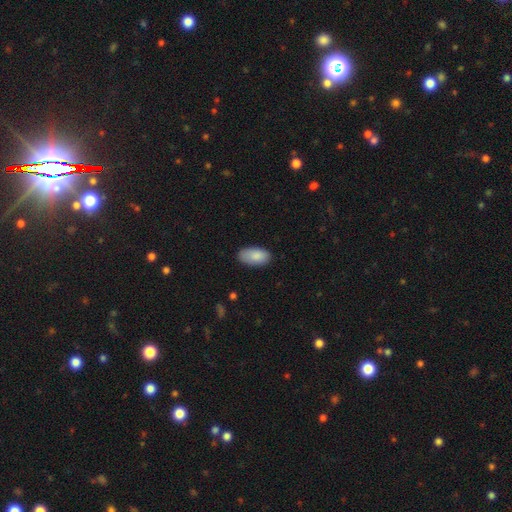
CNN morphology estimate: A smooth galaxy with no disk features (87%) that is in between round and cigar-shaped (95%).

Vote fractions:
- Smooth or featured? smooth: 87% / featured or disk: 7% / star or artifact: 6%
- How rounded? in between: 95% / round: 3% / cigar-shaped: 2%
- Merging? none: 79% / minor disturbance: 17% / major disturbance: 3% / merger: 1%